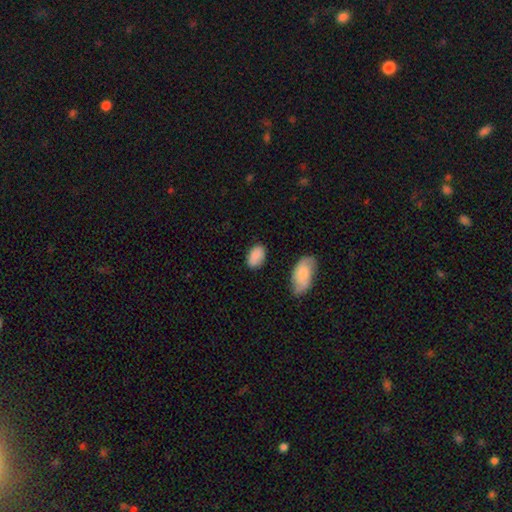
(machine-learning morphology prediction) smooth-or-featured: smooth: 87% | star or artifact: 7% | featured or disk: 6%
  how-rounded: in between: 92% | round: 7% | cigar-shaped: 2%
  merging: none: 77% | minor disturbance: 16% | major disturbance: 4% | merger: 3%